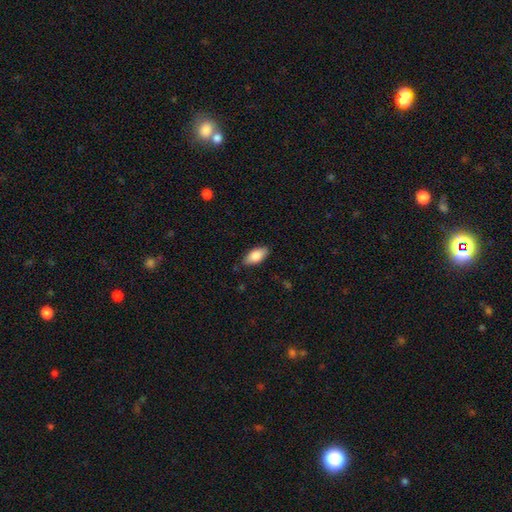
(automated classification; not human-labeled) smooth_or_featured: smooth (p=0.83) [alt: featured or disk p=0.10]
how_rounded: in between (p=0.90) [alt: cigar-shaped p=0.07]
merging: none (p=0.82) [alt: minor disturbance p=0.14]